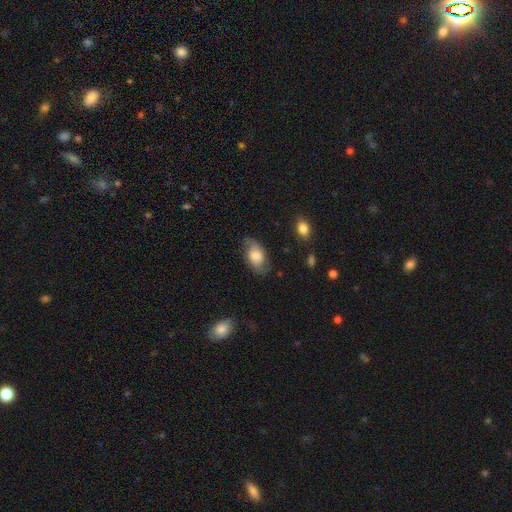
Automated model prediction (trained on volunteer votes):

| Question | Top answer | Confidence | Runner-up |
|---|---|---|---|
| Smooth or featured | smooth | 57% | featured or disk (35%) |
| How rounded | in between | 89% | round (9%) |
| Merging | none | 65% | minor disturbance (24%) |